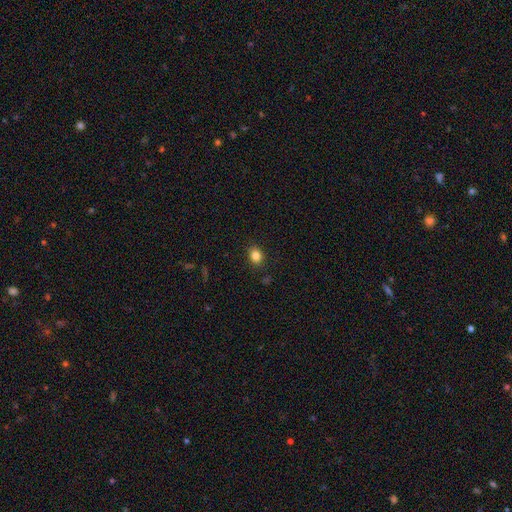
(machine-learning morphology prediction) Smooth or featured? smooth (84%)
How rounded? in between (50%)
Merging? none (87%)